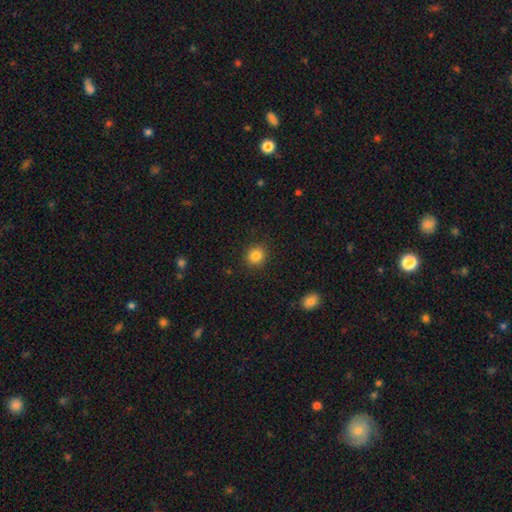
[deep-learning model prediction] Smooth or featured?
  - smooth: 84% *
  - star or artifact: 11%
  - featured or disk: 5%
How rounded?
  - round: 87% *
  - in between: 12%
  - cigar-shaped: 1%
Merging?
  - none: 89% *
  - minor disturbance: 7%
  - major disturbance: 2%
  - merger: 1%